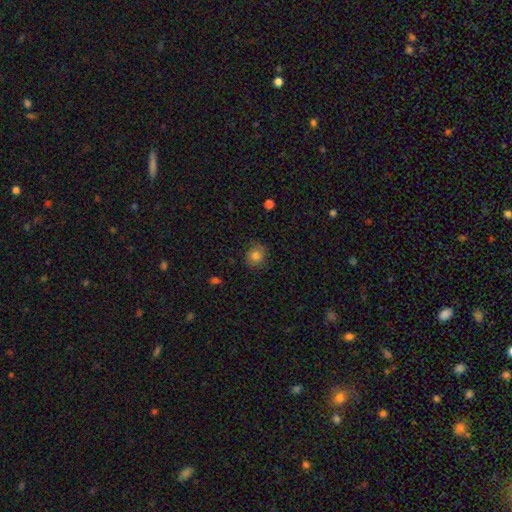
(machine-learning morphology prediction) Smooth or featured? Predicted: smooth (p=0.79). How rounded? Predicted: round (p=0.78). Merging? Predicted: none (p=0.82).